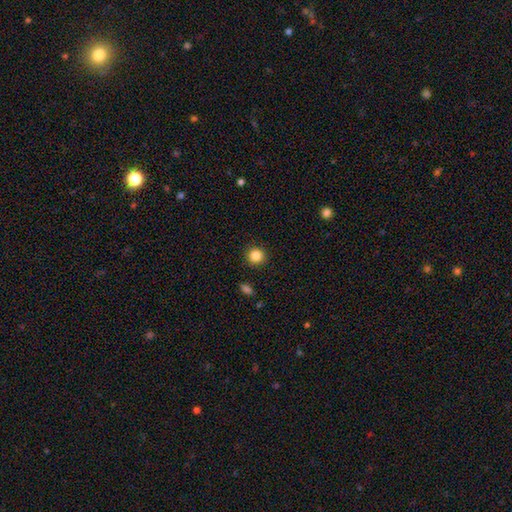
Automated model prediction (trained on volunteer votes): A smooth galaxy with no disk features (85%) that is round (93%).

Vote fractions:
- Smooth or featured? smooth: 85% / star or artifact: 10% / featured or disk: 4%
- How rounded? round: 93% / in between: 6% / cigar-shaped: 1%
- Merging? none: 91% / minor disturbance: 5% / major disturbance: 2% / merger: 1%